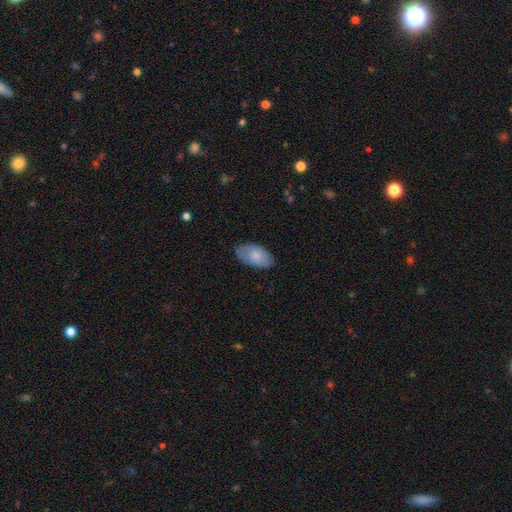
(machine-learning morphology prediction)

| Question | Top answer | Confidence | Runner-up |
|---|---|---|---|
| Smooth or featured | smooth | 74% | featured or disk (20%) |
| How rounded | in between | 94% | round (3%) |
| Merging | none | 74% | minor disturbance (21%) |